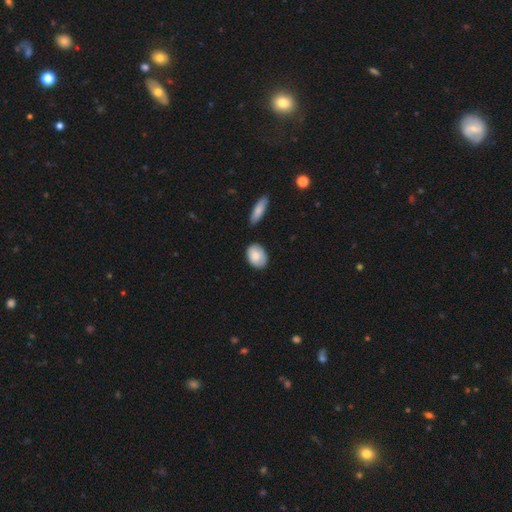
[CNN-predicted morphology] smooth 82%, featured or disk 12%, star or artifact 6%. Down the decision tree: how rounded — in between (83%); merging — none (76%).